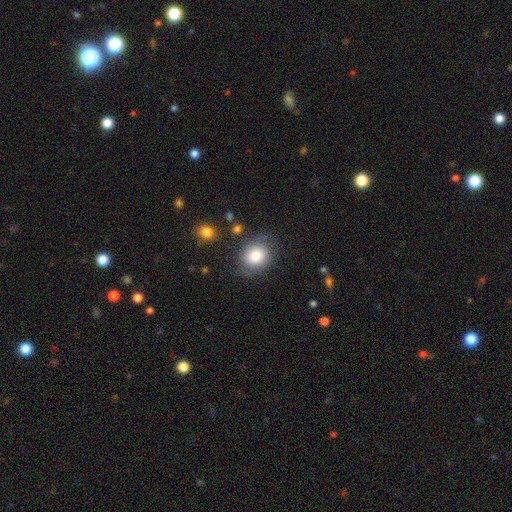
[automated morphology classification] Overall: smooth (64%; featured or disk 27%). How rounded: round (57%; in between 42%). Merging: none (66%).